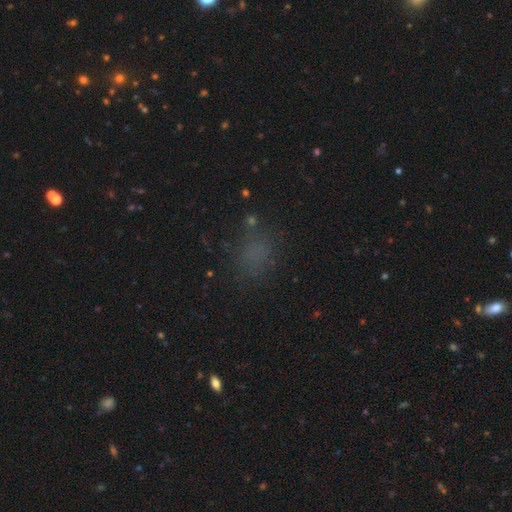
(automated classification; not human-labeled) A smooth galaxy with no disk features (63%) that is round (57%).

Vote fractions:
- Smooth or featured? smooth: 63% / star or artifact: 28% / featured or disk: 9%
- How rounded? round: 57% / in between: 41% / cigar-shaped: 2%
- Merging? none: 71% / minor disturbance: 16% / major disturbance: 10% / merger: 3%